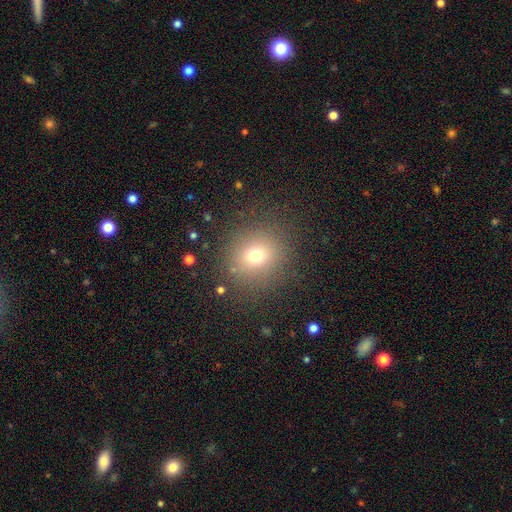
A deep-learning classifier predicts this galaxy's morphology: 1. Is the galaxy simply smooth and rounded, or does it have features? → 71% smooth, 17% star or artifact, 11% featured or disk.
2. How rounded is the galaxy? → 86% round, 13% in between, 1% cigar-shaped.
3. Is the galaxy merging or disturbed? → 85% none, 8% minor disturbance, 5% major disturbance, 2% merger.